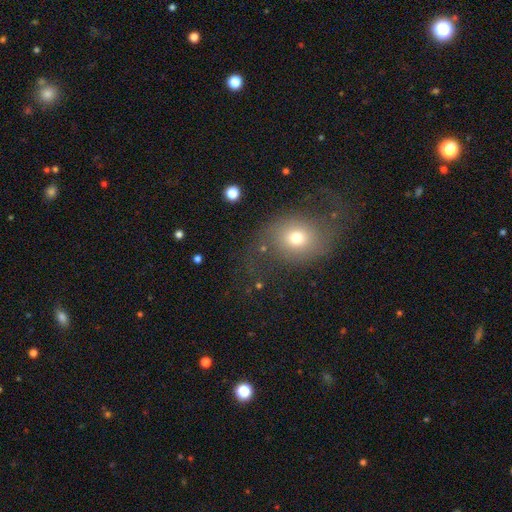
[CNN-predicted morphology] This appears to be a featured or disk galaxy (58%) with no bar (72%), spiral arms (81%) and a moderate central bulge (58%). Merging: none (64%).